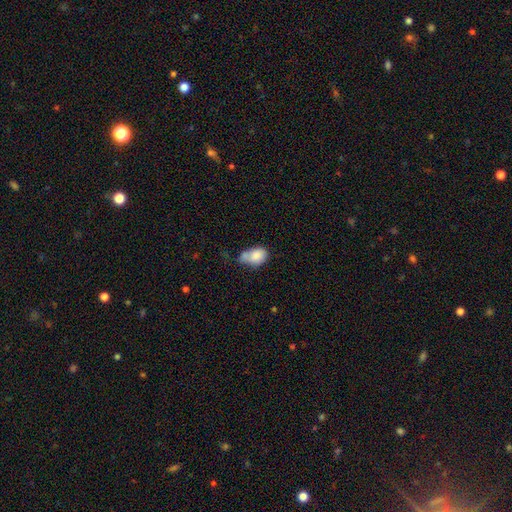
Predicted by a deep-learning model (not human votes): This appears to be a smooth galaxy with no disk features (80%) that is in between round and cigar-shaped (79%). Merging: merger (31%).